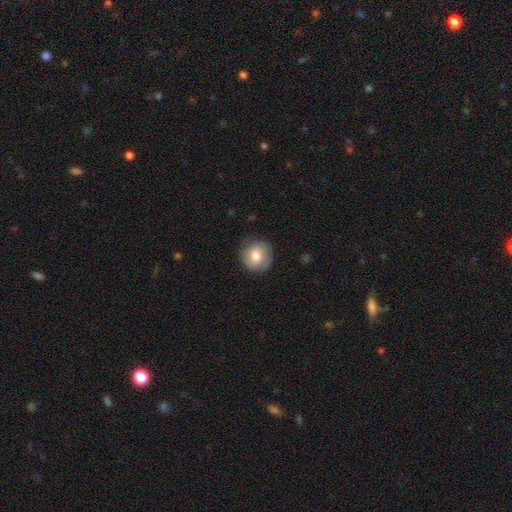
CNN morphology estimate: Smooth or featured? smooth (68%)
How rounded? round (87%)
Merging? none (80%)